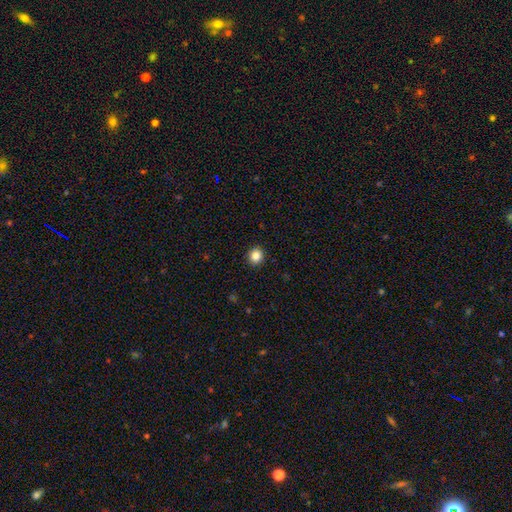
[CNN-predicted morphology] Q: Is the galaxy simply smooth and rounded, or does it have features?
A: smooth — 85%.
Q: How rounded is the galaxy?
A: round — 88%.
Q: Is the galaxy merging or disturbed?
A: none — 92%.